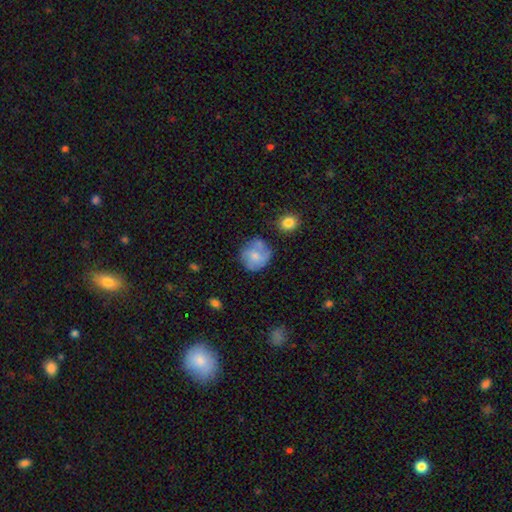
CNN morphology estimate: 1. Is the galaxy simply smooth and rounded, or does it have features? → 55% smooth, 37% featured or disk, 8% star or artifact.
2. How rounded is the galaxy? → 87% round, 12% in between, 1% cigar-shaped.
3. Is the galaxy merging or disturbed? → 65% none, 21% minor disturbance, 8% major disturbance, 5% merger.